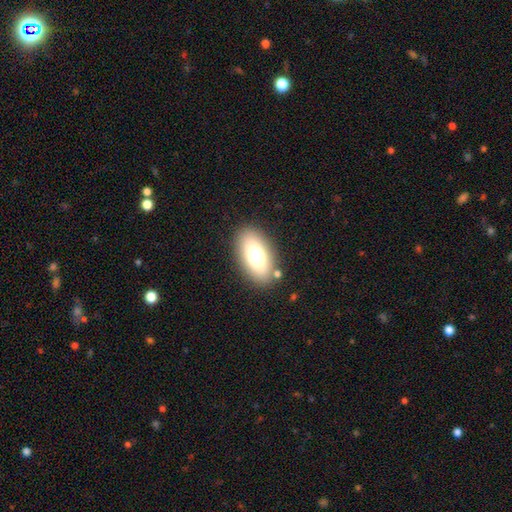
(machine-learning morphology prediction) Q: Smooth or featured?
A: smooth (73%); runner-up: featured or disk (17%)
Q: How rounded?
A: in between (90%); runner-up: round (6%)
Q: Merging?
A: none (83%); runner-up: minor disturbance (10%)